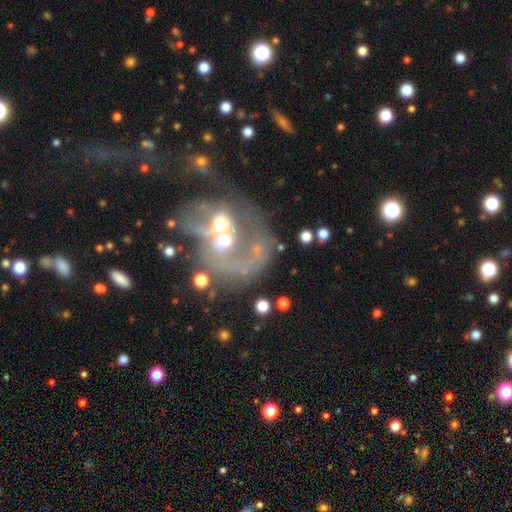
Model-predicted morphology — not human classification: smooth_or_featured: featured or disk (p=0.66) [alt: smooth p=0.21]
disk_edge_on: no (p=0.97) [alt: yes p=0.03]
bar: no (p=0.76) [alt: weak p=0.18]
has_spiral_arms: yes (p=0.51) [alt: no p=0.49]
bulge_size: moderate (p=0.57) [alt: small p=0.23]
merging: merger (p=0.62) [alt: major disturbance p=0.17]